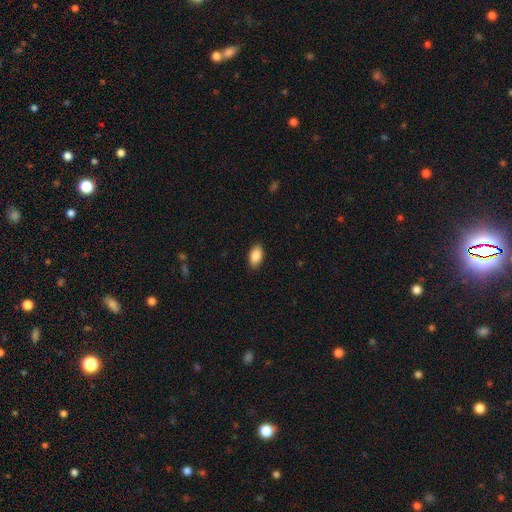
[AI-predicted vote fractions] The model was most divided on "merging": none: 87%, minor disturbance: 10%, major disturbance: 2%, merger: 1%. More confident: how rounded — in between (93%); smooth or featured — smooth (89%).